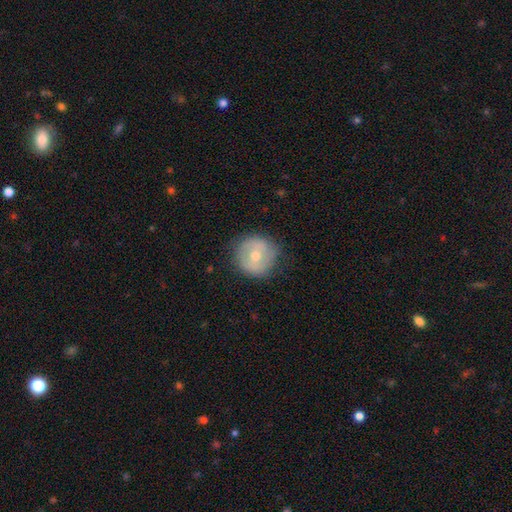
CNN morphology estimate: smooth-or-featured: smooth: 52% | featured or disk: 40% | star or artifact: 7%
  how-rounded: round: 93% | in between: 6% | cigar-shaped: 1%
  merging: none: 79% | minor disturbance: 16% | major disturbance: 4% | merger: 1%